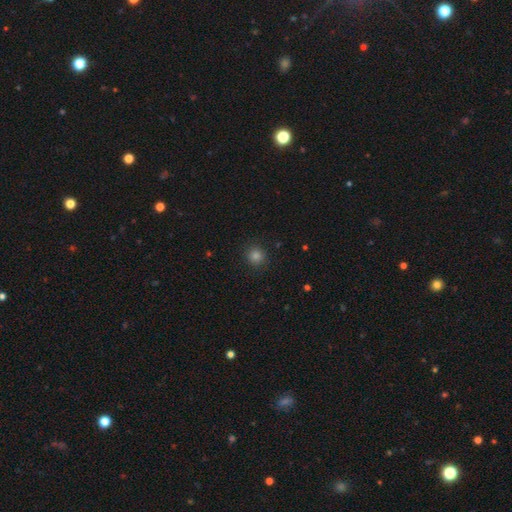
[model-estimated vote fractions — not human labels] Overall: smooth (79%). How rounded: round (93%). Merging: none (90%).